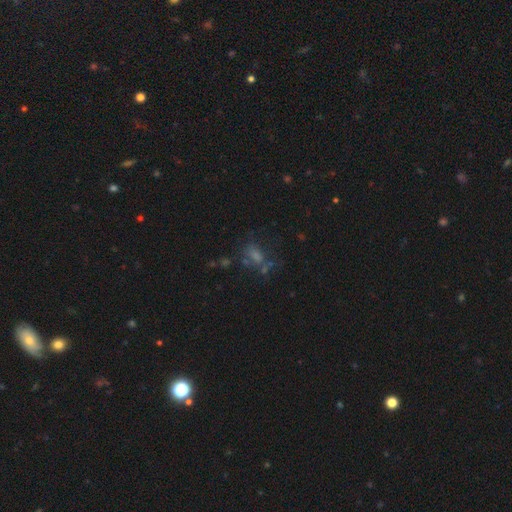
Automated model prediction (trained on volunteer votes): Smooth or featured: smooth — 37% (star or artifact — 35%)
Merging: none — 48% (major disturbance — 21%)